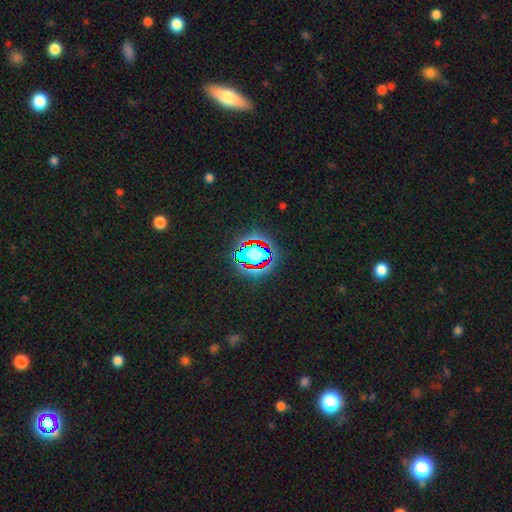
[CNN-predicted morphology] Smooth or featured? star or artifact (58%)